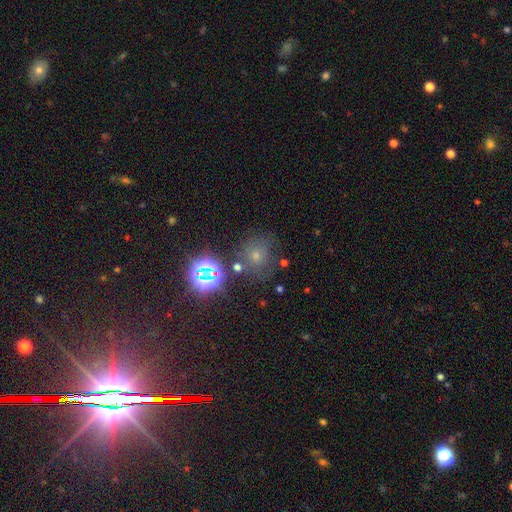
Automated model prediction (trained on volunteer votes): Overall: star or artifact (50%; smooth 37%).